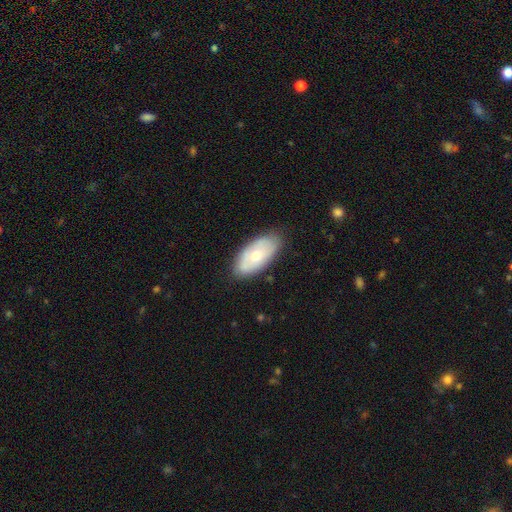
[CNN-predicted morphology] Smooth or featured? Predicted: smooth (p=0.58). How rounded? Predicted: in between (p=0.92). Merging? Predicted: none (p=0.80).